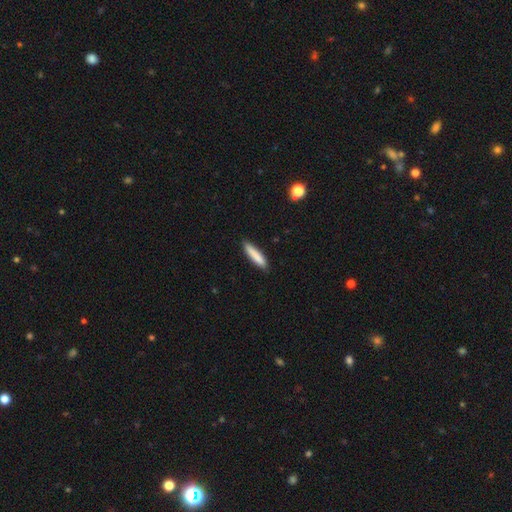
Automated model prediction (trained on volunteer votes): Smooth or featured: smooth — 83% (featured or disk — 11%)
How rounded: cigar-shaped — 87% (in between — 12%)
Merging: none — 85% (minor disturbance — 12%)